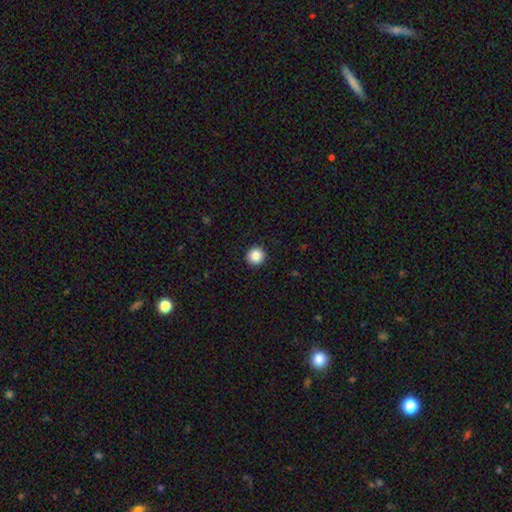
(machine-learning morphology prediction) Overall: smooth (87%). How rounded: round (95%). Merging: none (93%).